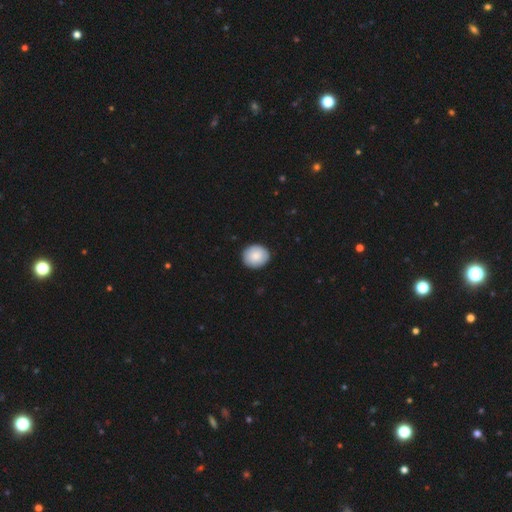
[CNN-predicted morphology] Smooth or featured: smooth — 86% (featured or disk — 8%)
How rounded: round — 81% (in between — 18%)
Merging: none — 89% (minor disturbance — 9%)